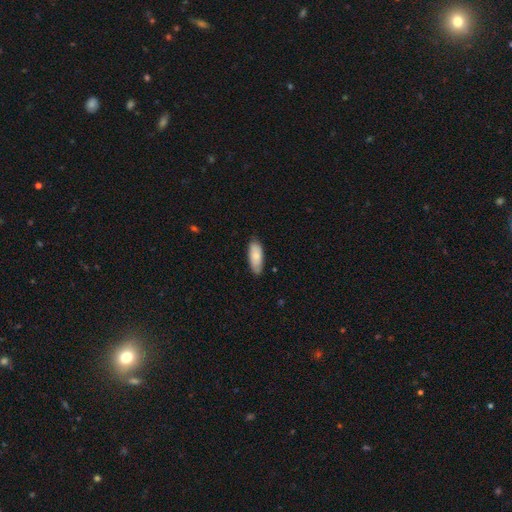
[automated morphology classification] Overall: smooth (81%). How rounded: in between (79%). Merging: none (78%).